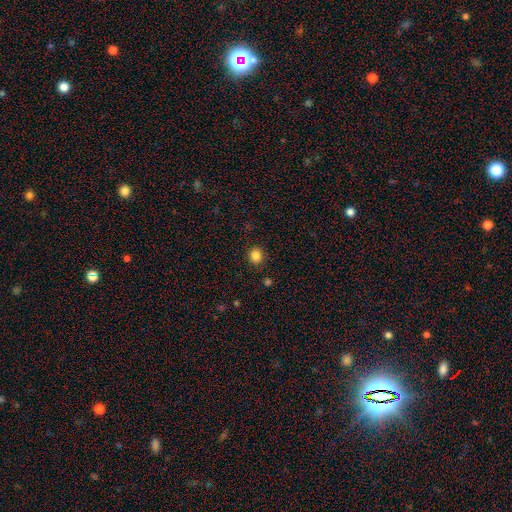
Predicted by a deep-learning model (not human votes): smooth-or-featured: smooth: 84% | star or artifact: 12% | featured or disk: 4%
  how-rounded: round: 82% | in between: 17% | cigar-shaped: 1%
  merging: none: 89% | minor disturbance: 7% | major disturbance: 2% | merger: 1%